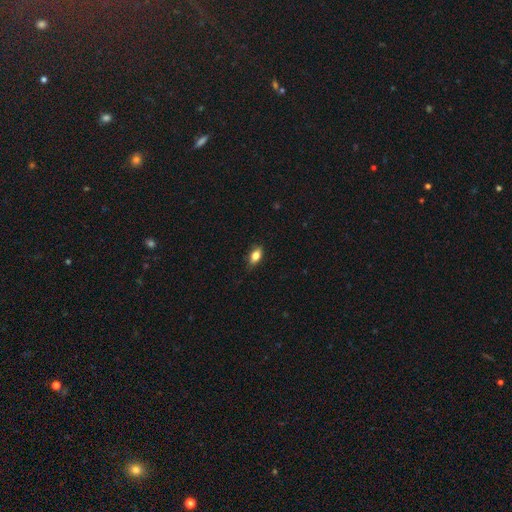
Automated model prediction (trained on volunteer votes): Overall: smooth (78%). How rounded: in between (84%). Merging: none (83%).